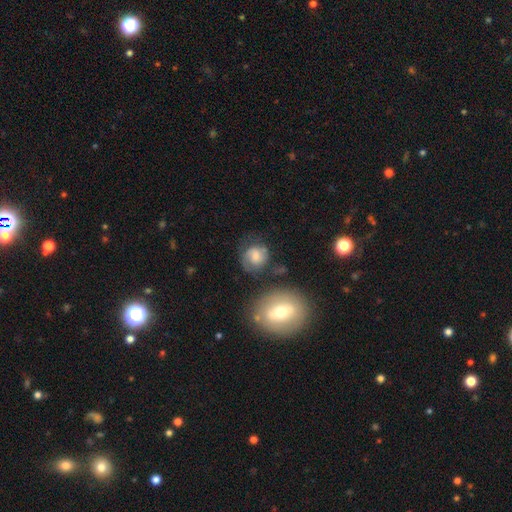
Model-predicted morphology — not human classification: The model was most divided on "smooth or featured": smooth: 49%, featured or disk: 43%, star or artifact: 9%. More confident: merging — none (60%).